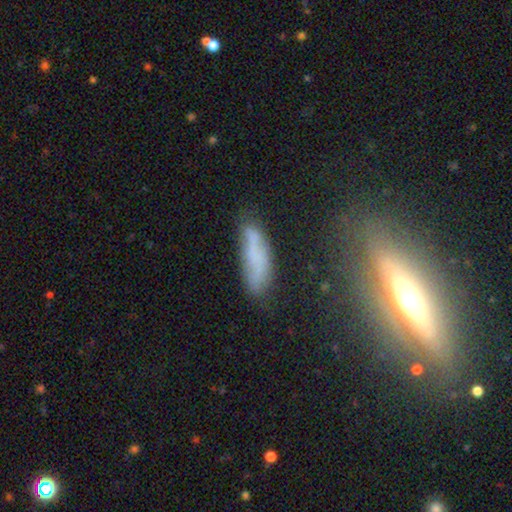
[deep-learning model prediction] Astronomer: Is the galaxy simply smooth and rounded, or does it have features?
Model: smooth — 57%.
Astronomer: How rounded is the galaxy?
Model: cigar-shaped — 53% (runner-up: in between, 44%).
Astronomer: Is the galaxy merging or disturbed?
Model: none — 56%.